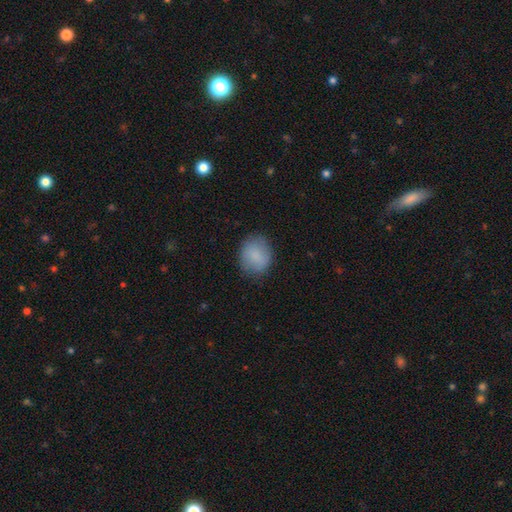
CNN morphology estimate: The model was most divided on "how rounded": round: 59%, in between: 40%, cigar-shaped: 1%. More confident: smooth or featured — smooth (85%); merging — none (80%).